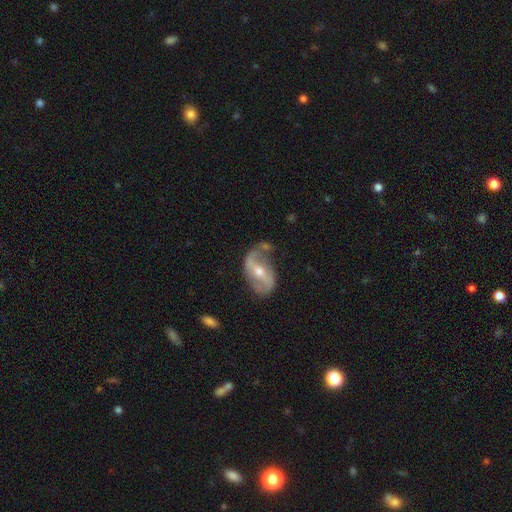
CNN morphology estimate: type=featured or disk (81%); edge-on=no (95%); bar=strong (39%); spiral arms=yes (86%); winding=loose (51%); arm count=2 (80%); bulge=moderate (59%); merging=none (52%).